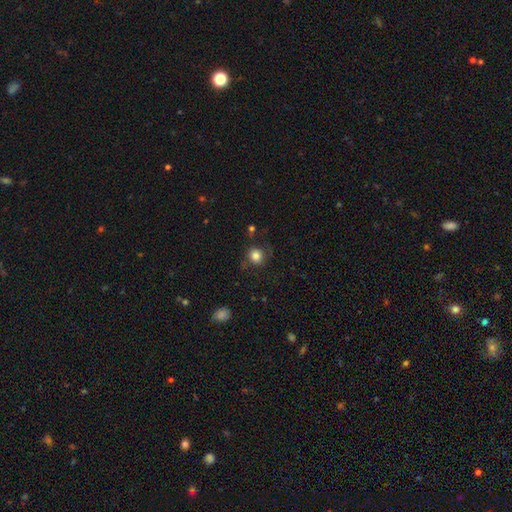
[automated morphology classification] Overall: smooth (80%). How rounded: round (86%). Merging: none (74%).